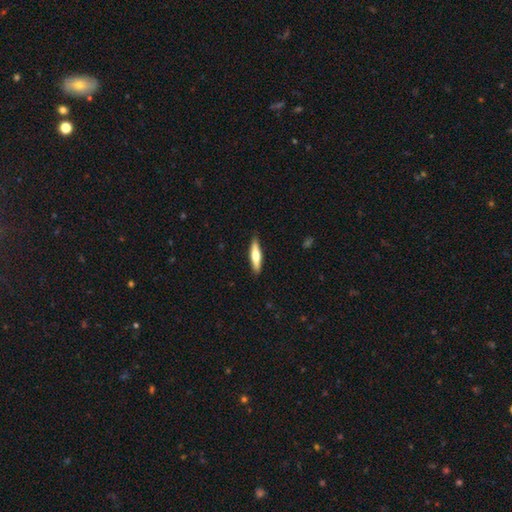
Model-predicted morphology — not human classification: A smooth galaxy with no disk features (62%) that is cigar-shaped (76%).

Vote fractions:
- Smooth or featured? smooth: 62% / featured or disk: 33% / star or artifact: 5%
- How rounded? cigar-shaped: 76% / in between: 23% / round: 2%
- Merging? none: 88% / minor disturbance: 9% / major disturbance: 2% / merger: 1%